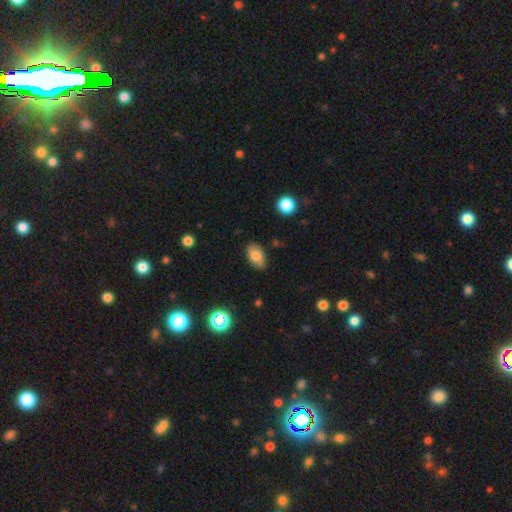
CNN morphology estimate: This is likely a smooth galaxy (73%). How rounded: clearly in between (93%). Merging: clearly none (83%).